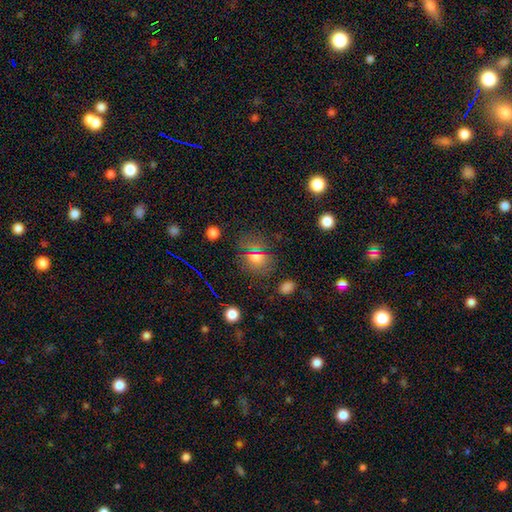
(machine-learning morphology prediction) Smooth or featured: smooth — 63% (star or artifact — 27%)
How rounded: round — 63% (in between — 35%)
Merging: none — 79% (minor disturbance — 12%)